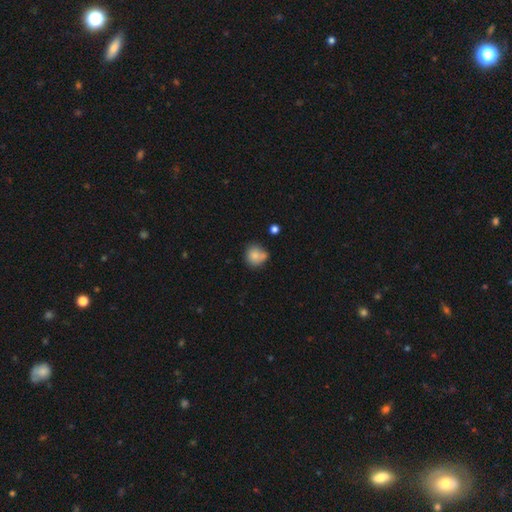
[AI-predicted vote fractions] Smooth or featured? smooth (81%)
How rounded? round (86%)
Merging? none (59%)